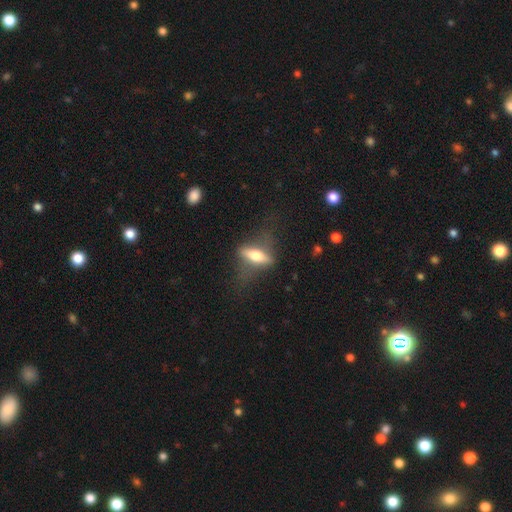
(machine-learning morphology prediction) Overall: featured or disk (48%; smooth 45%). Merging: none (62%).